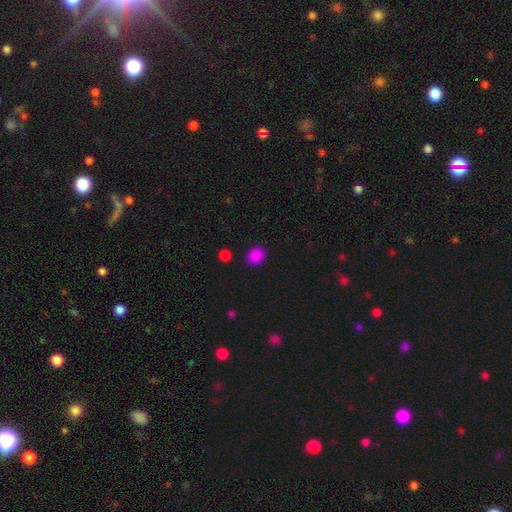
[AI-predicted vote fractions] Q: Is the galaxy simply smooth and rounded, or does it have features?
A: smooth — 87%.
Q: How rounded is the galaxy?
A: round — 55%.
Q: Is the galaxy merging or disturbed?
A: none — 87%.